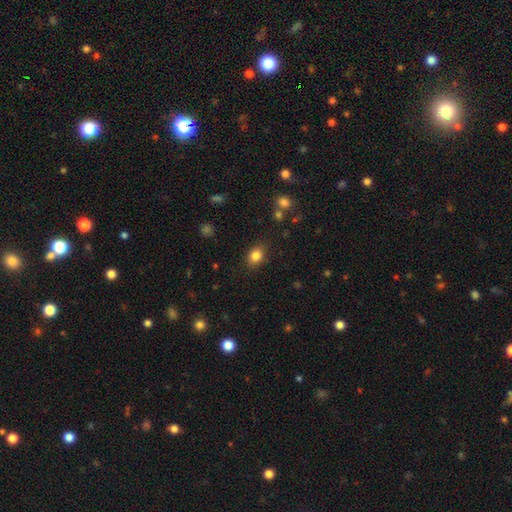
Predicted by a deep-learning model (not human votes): smooth_or_featured: smooth (p=0.83) [alt: star or artifact p=0.10]
how_rounded: in between (p=0.67) [alt: round p=0.32]
merging: none (p=0.84) [alt: minor disturbance p=0.11]